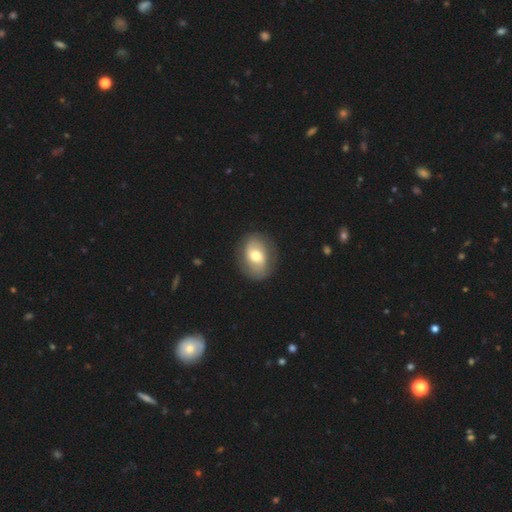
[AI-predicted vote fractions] smooth_or_featured: smooth (p=0.47) [tied with: featured or disk p=0.47]
merging: none (p=0.81) [alt: minor disturbance p=0.13]